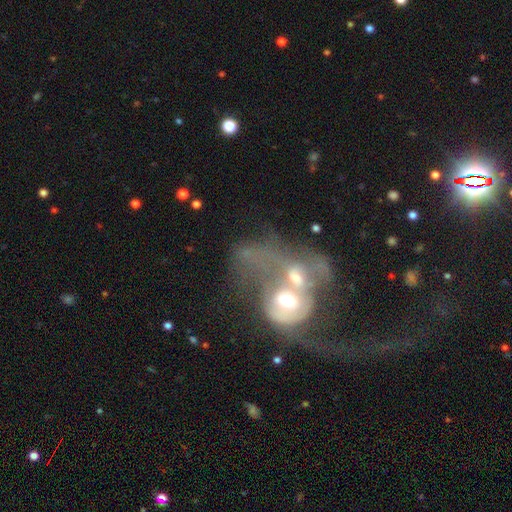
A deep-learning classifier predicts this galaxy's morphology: A featured or disk galaxy (64%) with no bar (72%), spiral arms (53%) and a moderate central bulge (64%). Merging: merger (77%).